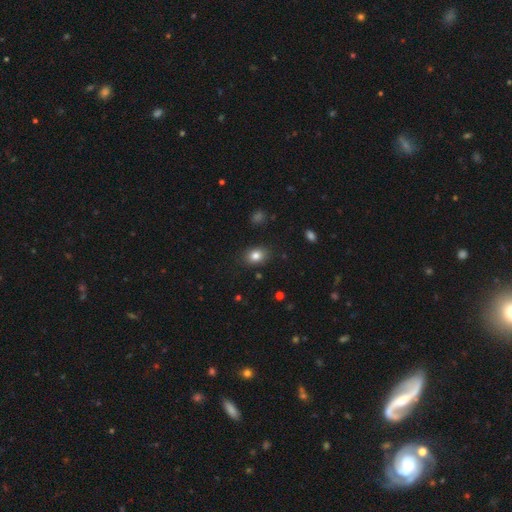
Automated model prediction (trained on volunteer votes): Q: Smooth or featured?
A: smooth (82%); runner-up: star or artifact (11%)
Q: How rounded?
A: in between (61%); runner-up: round (38%)
Q: Merging?
A: none (85%); runner-up: minor disturbance (11%)